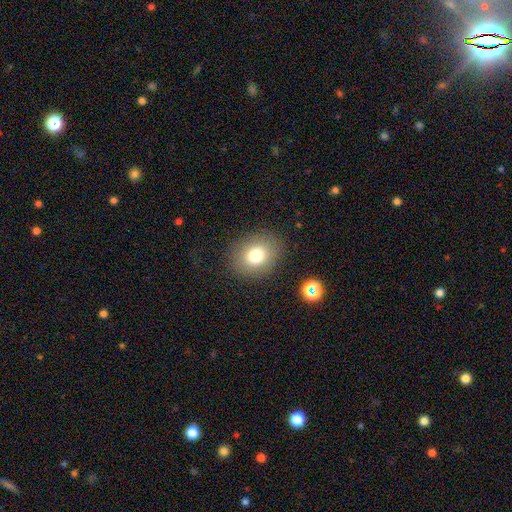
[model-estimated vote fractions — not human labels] Q: Smooth or featured?
A: smooth (77%); runner-up: star or artifact (12%)
Q: How rounded?
A: round (57%); runner-up: in between (42%)
Q: Merging?
A: none (86%); runner-up: minor disturbance (9%)